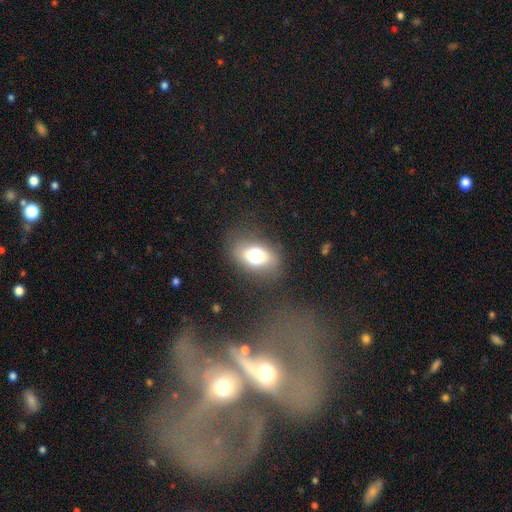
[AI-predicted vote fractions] Overall: smooth (69%). How rounded: in between (77%). Merging: none (77%).